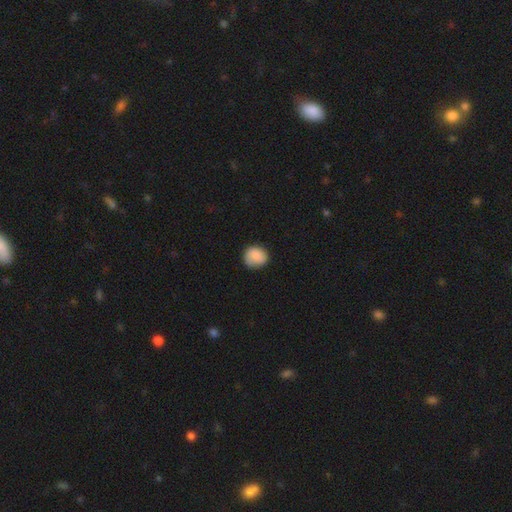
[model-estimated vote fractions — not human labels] smooth_or_featured: smooth (p=0.83) [alt: featured or disk p=0.10]
how_rounded: round (p=0.81) [alt: in between p=0.18]
merging: none (p=0.74) [alt: minor disturbance p=0.20]